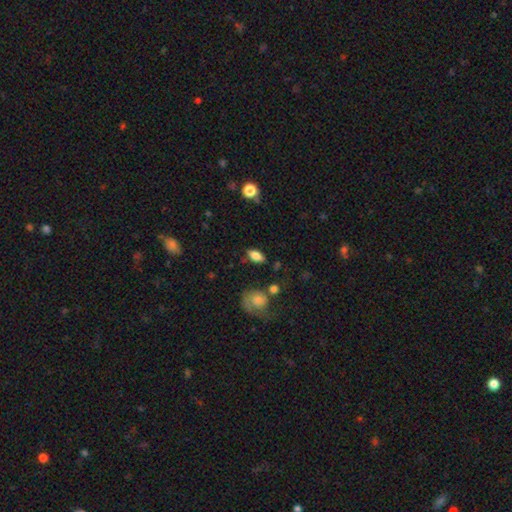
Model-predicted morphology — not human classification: This appears to be a smooth galaxy with no disk features (78%) that is in between round and cigar-shaped (86%). Merging: none (80%).